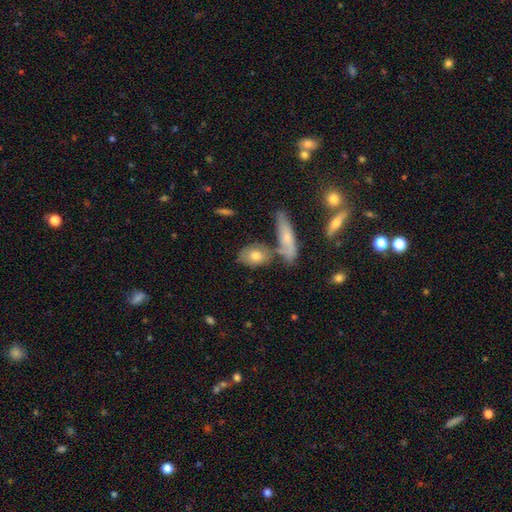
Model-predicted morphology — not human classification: smooth 70%, featured or disk 23%, star or artifact 7%. Down the decision tree: how rounded — in between (69%); merging — none (53%).